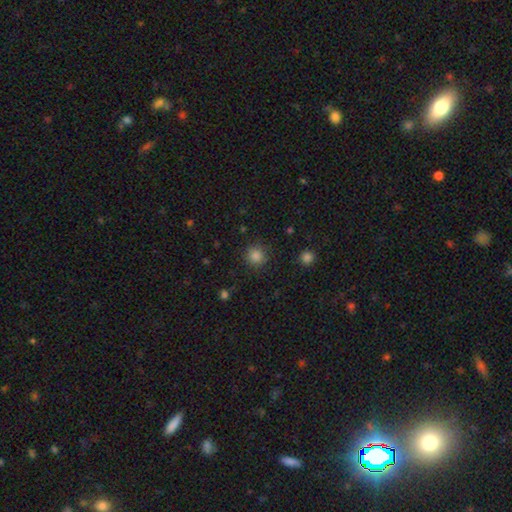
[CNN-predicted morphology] This is clearly a smooth galaxy (84%). How rounded: clearly round (93%). Merging: clearly none (88%).